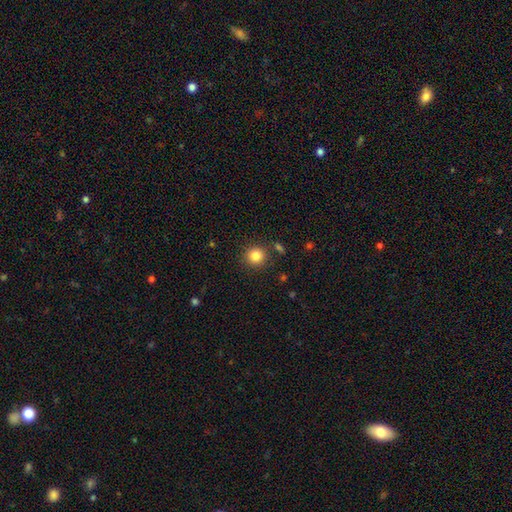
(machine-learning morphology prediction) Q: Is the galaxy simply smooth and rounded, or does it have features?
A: smooth — 84%.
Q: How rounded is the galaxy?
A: round — 93%.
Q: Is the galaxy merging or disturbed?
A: none — 87%.